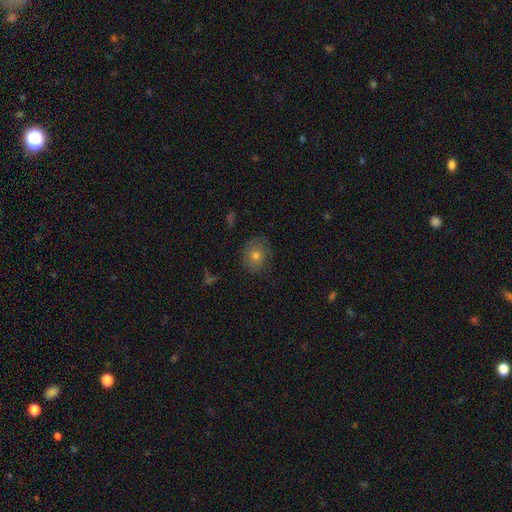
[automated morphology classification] smooth 70%, featured or disk 16%, star or artifact 14%. Down the decision tree: how rounded — round (64%); merging — none (81%).